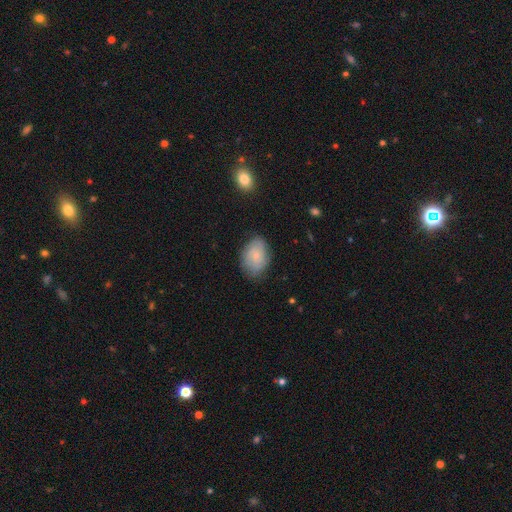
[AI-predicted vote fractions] Overall: smooth (63%; featured or disk 29%). How rounded: in between (81%). Merging: none (73%).